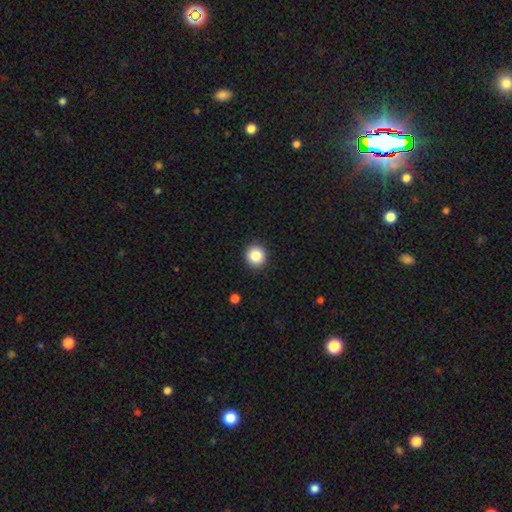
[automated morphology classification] Smooth or featured? smooth (85%)
How rounded? round (93%)
Merging? none (92%)